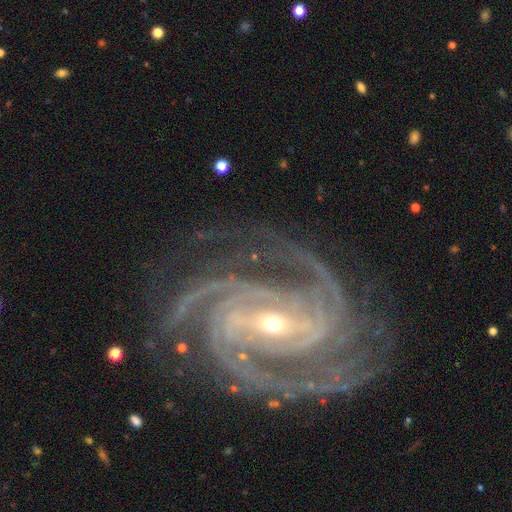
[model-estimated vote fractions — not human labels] Smooth or featured? featured or disk (93%)
Edge-on disk? no (98%)
Bar? strong (51%)
Spiral arms? yes (99%)
Spiral winding? tight (61%)
Spiral arm count? 4 (31%)
Bulge size? small (66%)
Merging? none (73%)